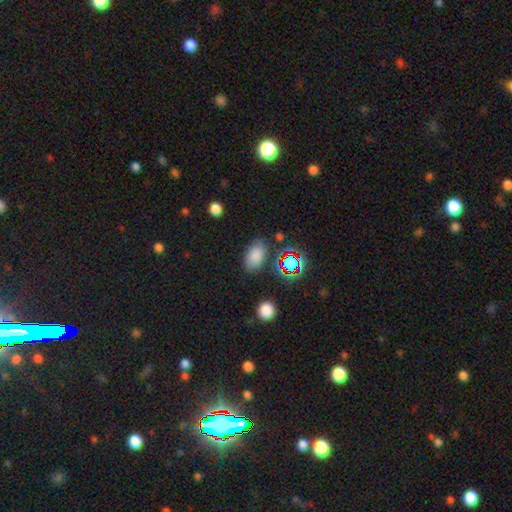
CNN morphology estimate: This appears to be a smooth galaxy with no disk features (78%) that is in between round and cigar-shaped (90%). Merging: none (79%).